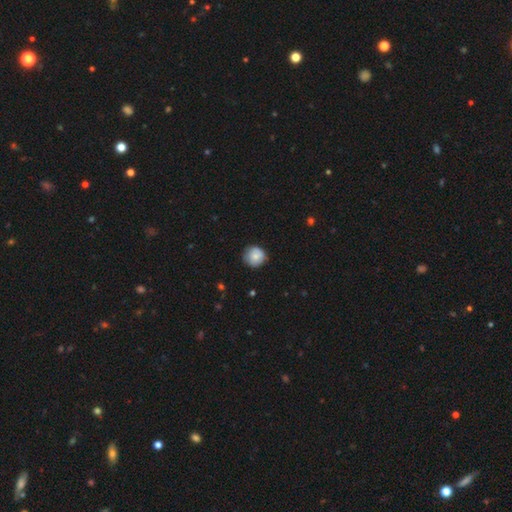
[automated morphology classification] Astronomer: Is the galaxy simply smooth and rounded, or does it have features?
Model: smooth — 77%.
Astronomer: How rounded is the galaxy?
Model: round — 92%.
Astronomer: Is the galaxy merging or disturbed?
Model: none — 78%.